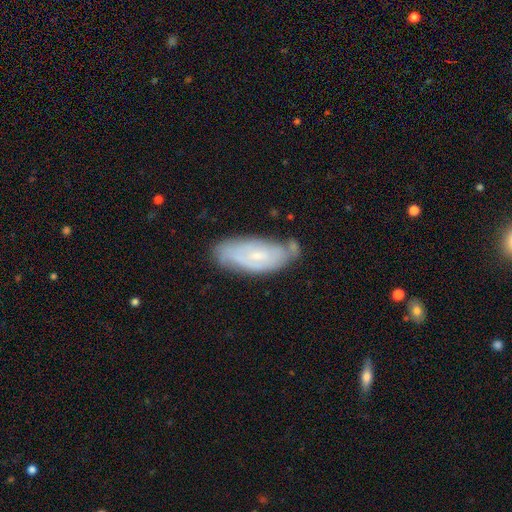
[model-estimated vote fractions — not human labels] smooth_or_featured: featured or disk (p=0.57) [alt: smooth p=0.35]
disk_edge_on: no (p=0.88) [alt: yes p=0.12]
bar: no (p=0.53) [alt: weak p=0.39]
has_spiral_arms: yes (p=0.74) [alt: no p=0.26]
bulge_size: small (p=0.71) [alt: moderate p=0.22]
merging: none (p=0.55) [alt: minor disturbance p=0.29]